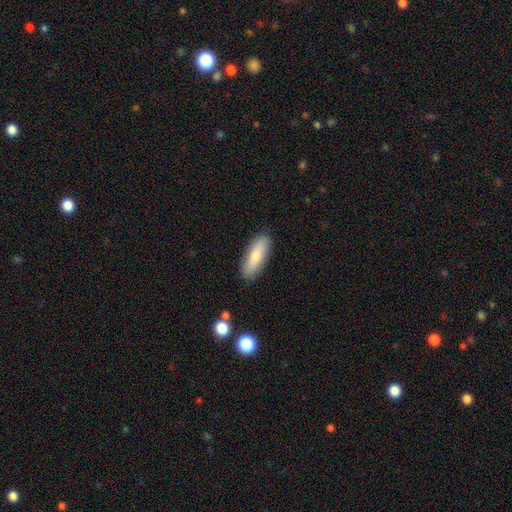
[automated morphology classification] type=smooth (72%); roundness=in between (55%); merging=none (87%).